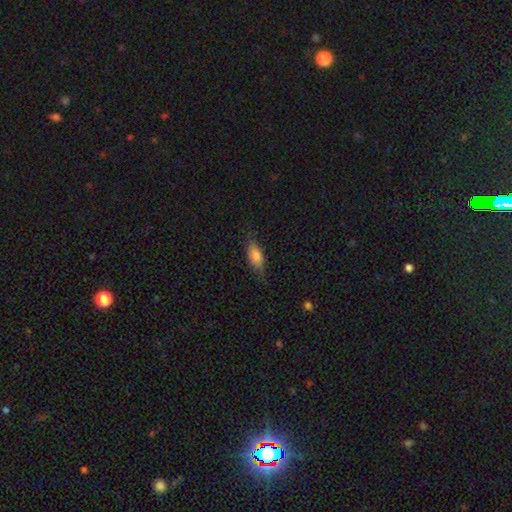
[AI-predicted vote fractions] Overall: smooth (70%). How rounded: in between (79%). Merging: none (68%).